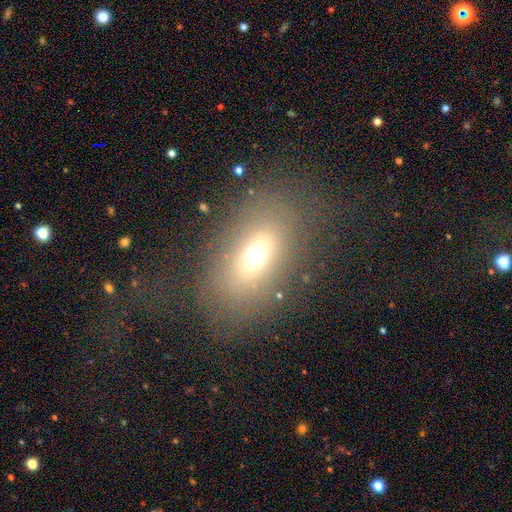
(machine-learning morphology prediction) This appears to be a smooth galaxy with no disk features (61%) that is in between round and cigar-shaped (80%). Merging: none (73%).